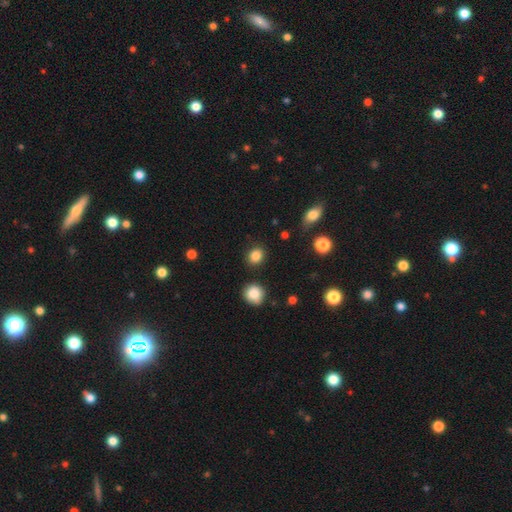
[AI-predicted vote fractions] The model was most divided on "how rounded": round: 71%, in between: 28%, cigar-shaped: 1%. More confident: merging — none (87%); smooth or featured — smooth (85%).